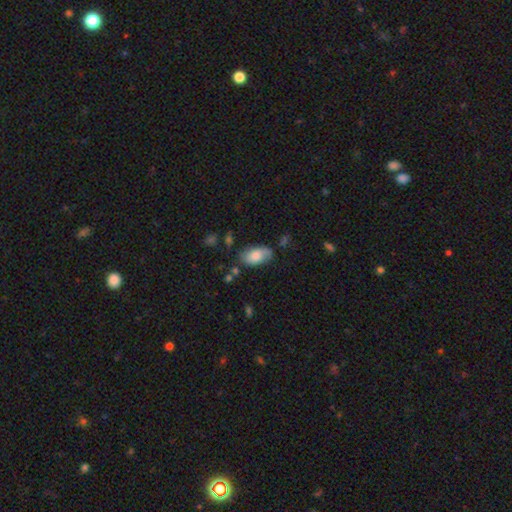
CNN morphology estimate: Smooth or featured: smooth — 72% (featured or disk — 21%)
How rounded: in between — 93% (round — 4%)
Merging: none — 66% (minor disturbance — 24%)